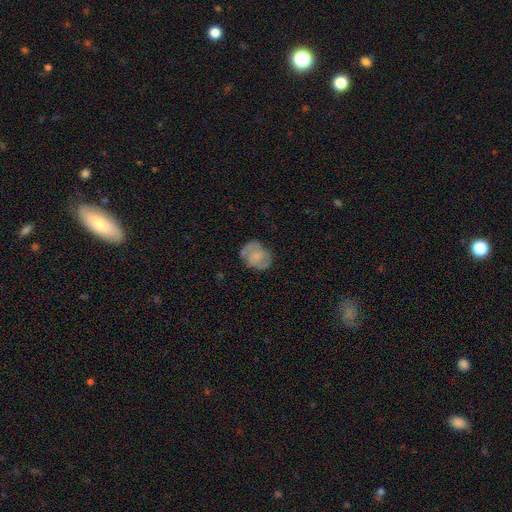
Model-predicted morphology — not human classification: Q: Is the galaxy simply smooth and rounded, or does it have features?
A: featured or disk — 53%.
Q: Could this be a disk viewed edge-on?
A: no — 97%.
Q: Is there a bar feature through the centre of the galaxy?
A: no — 63%.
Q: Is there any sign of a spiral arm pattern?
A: yes — 76%.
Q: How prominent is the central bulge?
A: none — 42%.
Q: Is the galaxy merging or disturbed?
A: none — 70%.